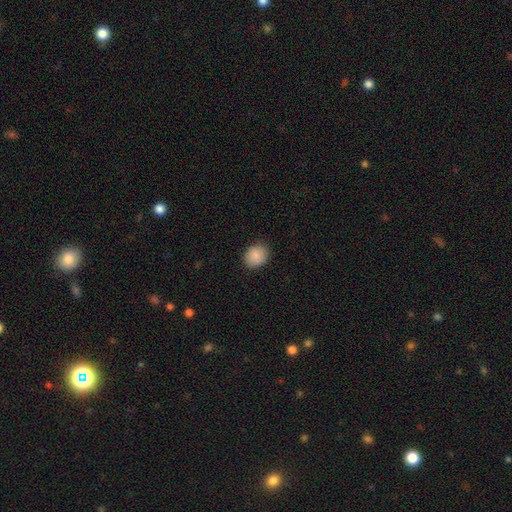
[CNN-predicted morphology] This appears to be a smooth galaxy with no disk features (87%) that is round (56%). Merging: none (86%).